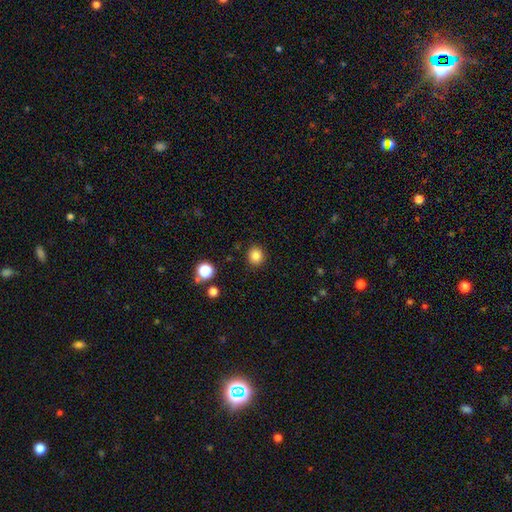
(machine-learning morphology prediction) The model was most divided on "how rounded": round: 85%, in between: 14%, cigar-shaped: 1%. More confident: merging — none (90%); smooth or featured — smooth (84%).